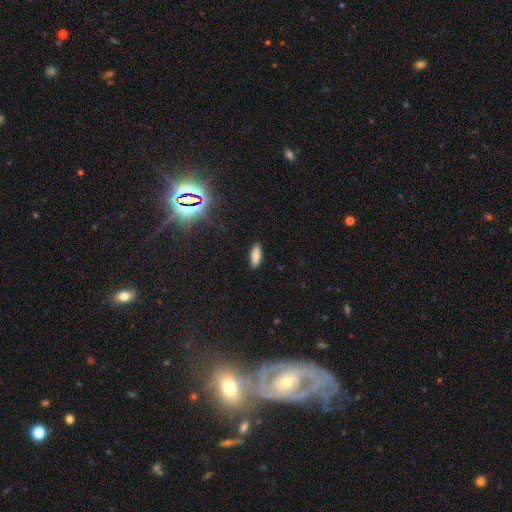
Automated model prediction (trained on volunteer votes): Smooth or featured? smooth (85%)
How rounded? in between (63%)
Merging? none (89%)